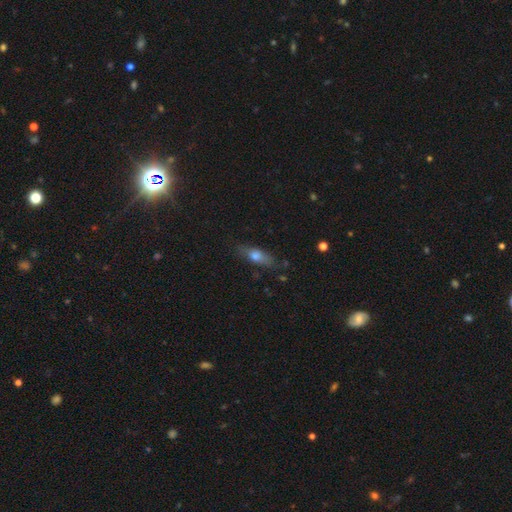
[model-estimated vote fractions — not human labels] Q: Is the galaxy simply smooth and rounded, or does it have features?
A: smooth — 64%.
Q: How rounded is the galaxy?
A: in between — 54%.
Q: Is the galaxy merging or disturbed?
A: none — 75%.